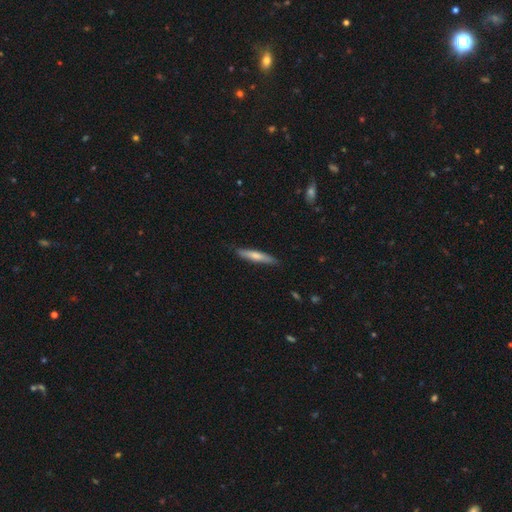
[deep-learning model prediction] Morphology: type=smooth (67%); roundness=cigar-shaped (90%); merging=none (86%).